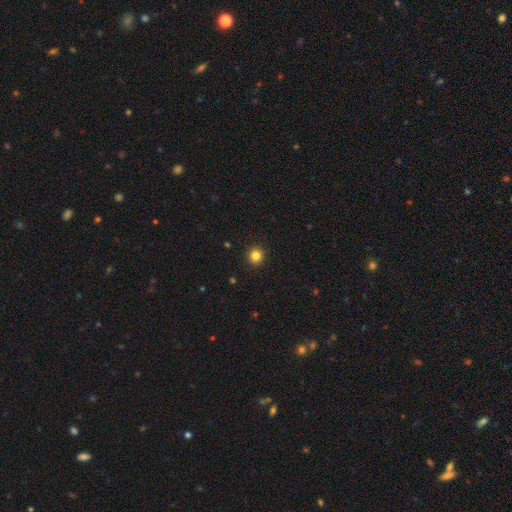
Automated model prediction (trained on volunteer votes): This appears to be a smooth galaxy with no disk features (83%) that is round (94%). Merging: none (93%).